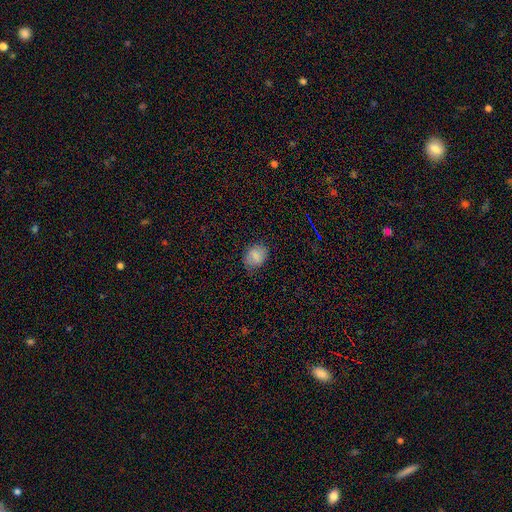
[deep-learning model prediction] Smooth or featured: smooth — 78% (featured or disk — 12%)
How rounded: round — 50% (in between — 49%)
Merging: none — 77% (minor disturbance — 17%)